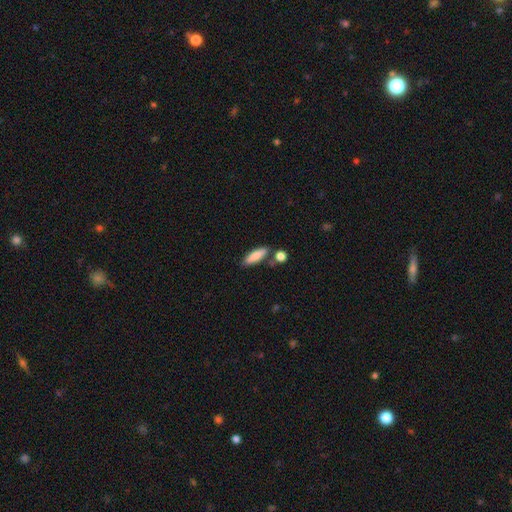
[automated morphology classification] Smooth or featured? Predicted: smooth (p=0.82). How rounded? Predicted: cigar-shaped (p=0.57). Merging? Predicted: none (p=0.73).